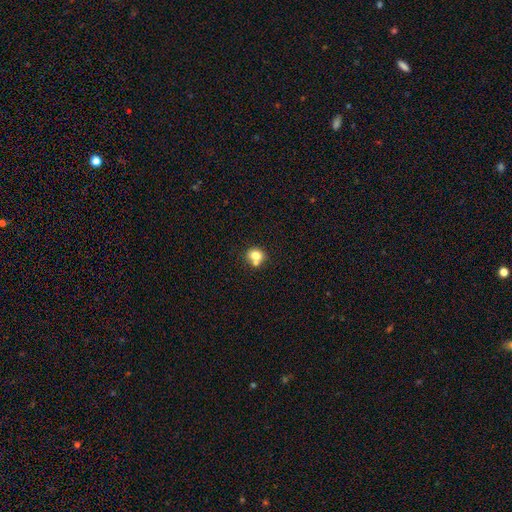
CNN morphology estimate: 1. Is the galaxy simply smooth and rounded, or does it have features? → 76% smooth, 13% featured or disk, 11% star or artifact.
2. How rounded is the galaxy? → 73% round, 26% in between, 1% cigar-shaped.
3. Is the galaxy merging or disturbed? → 52% none, 35% merger, 10% minor disturbance, 3% major disturbance.